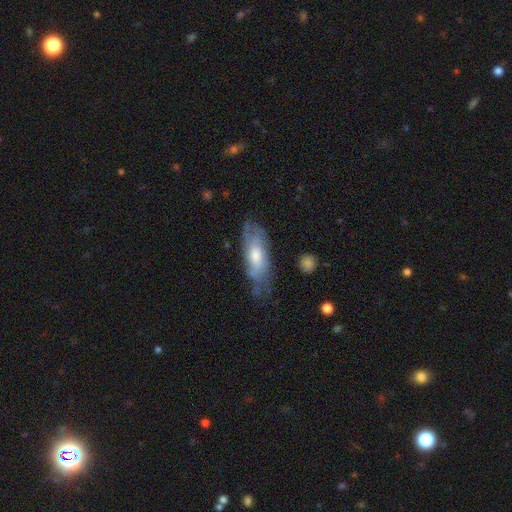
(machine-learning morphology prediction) A featured or disk galaxy (49%). Merging: none (61%).